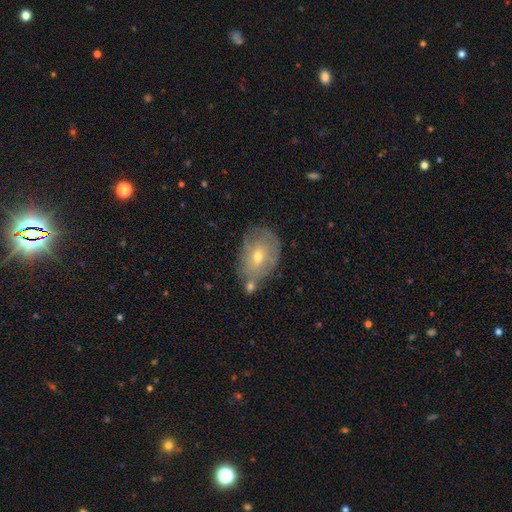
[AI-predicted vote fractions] Smooth or featured? featured or disk (60%)
Edge-on disk? no (93%)
Bar? no (65%)
Spiral arms? yes (72%)
Bulge size? moderate (53%)
Merging? none (71%)